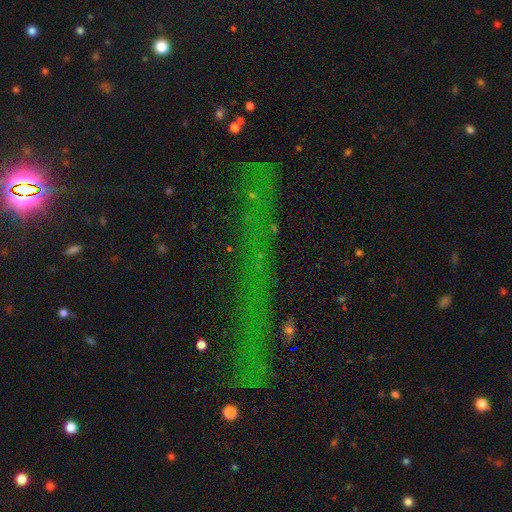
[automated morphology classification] smooth_or_featured: star or artifact (p=0.70) [alt: smooth p=0.16]